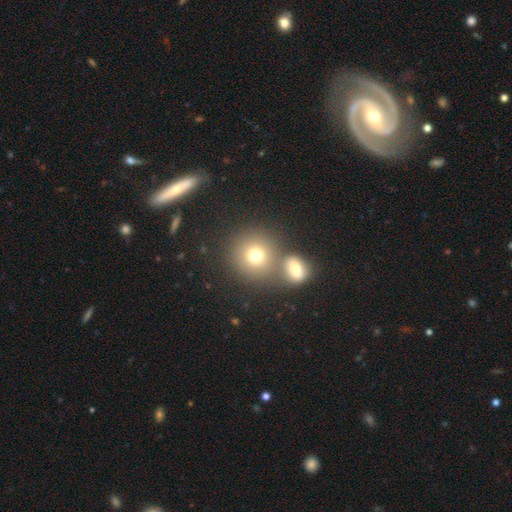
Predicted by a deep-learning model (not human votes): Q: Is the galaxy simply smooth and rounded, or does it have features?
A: smooth — 76%.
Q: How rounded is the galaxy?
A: round — 87%.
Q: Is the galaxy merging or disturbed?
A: none — 60%.